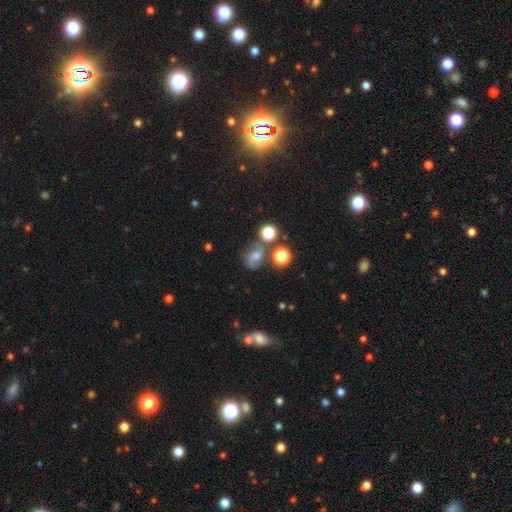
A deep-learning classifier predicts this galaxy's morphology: Smooth or featured?
  - featured or disk: 46% *
  - smooth: 35%
  - star or artifact: 18%
Merging?
  - none: 59% *
  - minor disturbance: 19%
  - merger: 13%
  - major disturbance: 9%